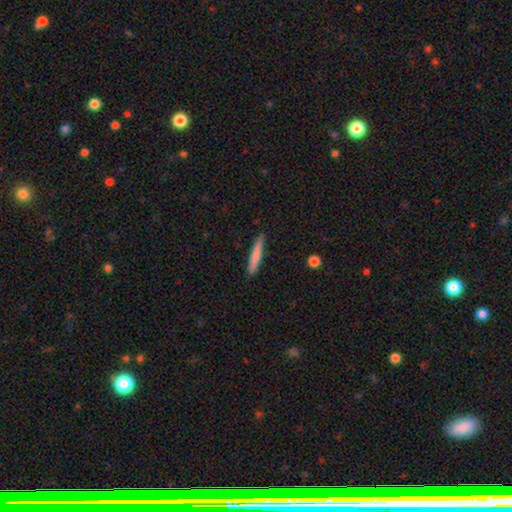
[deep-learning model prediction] Q: Smooth or featured?
A: smooth (77%); runner-up: featured or disk (17%)
Q: How rounded?
A: cigar-shaped (94%); runner-up: in between (5%)
Q: Merging?
A: none (88%); runner-up: minor disturbance (9%)